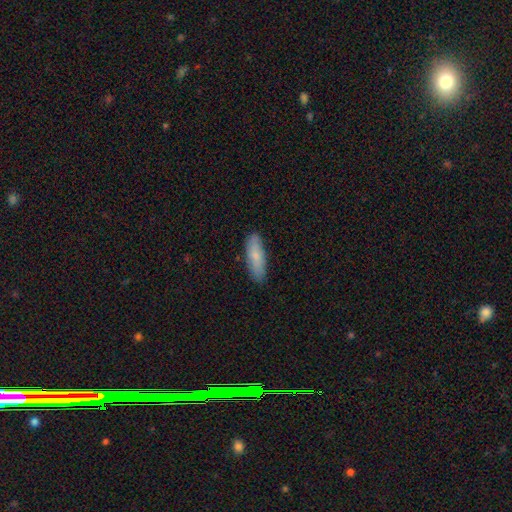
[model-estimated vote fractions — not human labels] Overall: smooth (80%). How rounded: in between (49%, tied with cigar-shaped). Merging: none (86%).